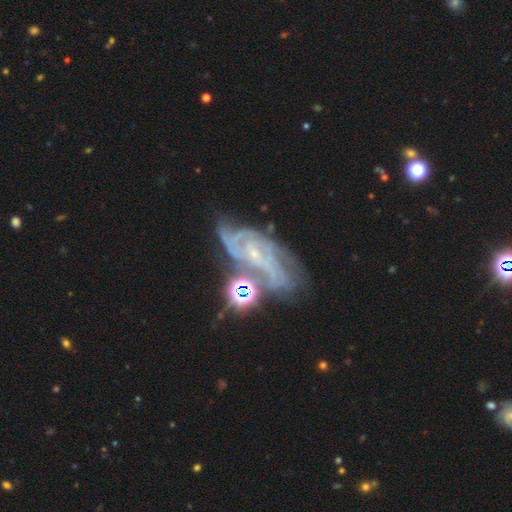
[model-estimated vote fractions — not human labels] Q: Smooth or featured?
A: featured or disk (81%); runner-up: star or artifact (10%)
Q: Edge-on disk?
A: no (94%); runner-up: yes (6%)
Q: Bar?
A: no (48%); runner-up: weak (37%)
Q: Spiral arms?
A: yes (93%); runner-up: no (7%)
Q: Spiral winding?
A: tight (51%); runner-up: medium (39%)
Q: Spiral arm count?
A: 2 (30%); runner-up: can't tell (28%)
Q: Bulge size?
A: small (79%); runner-up: moderate (13%)
Q: Merging?
A: none (52%); runner-up: minor disturbance (19%)